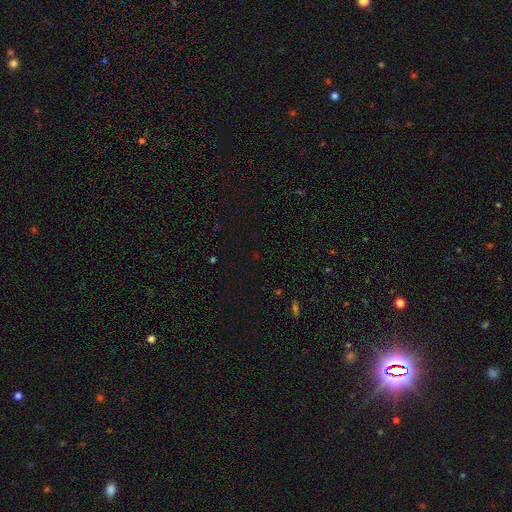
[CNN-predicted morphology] smooth-or-featured: star or artifact: 64% | smooth: 28% | featured or disk: 7%